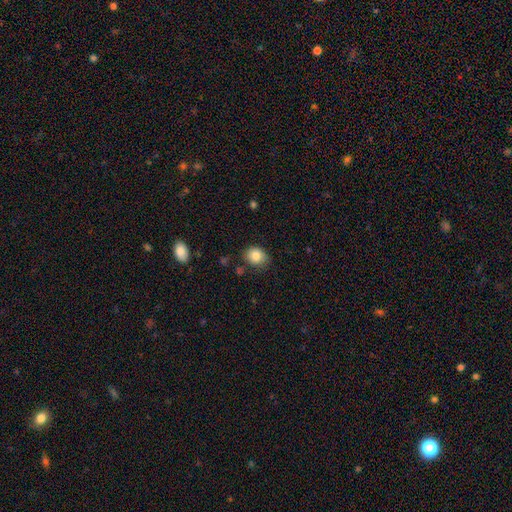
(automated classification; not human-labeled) This is clearly a smooth galaxy (84%). How rounded: possibly round (53%). Merging: likely none (75%).